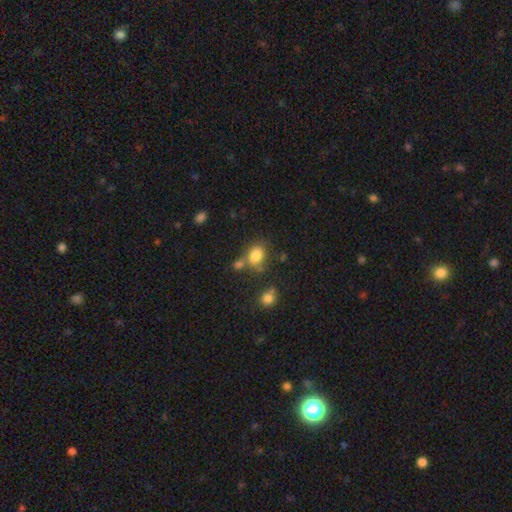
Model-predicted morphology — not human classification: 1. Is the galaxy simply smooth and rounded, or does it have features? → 82% smooth, 10% star or artifact, 8% featured or disk.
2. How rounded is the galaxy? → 62% in between, 37% round, 1% cigar-shaped.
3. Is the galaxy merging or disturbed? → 53% none, 22% merger, 18% minor disturbance, 7% major disturbance.